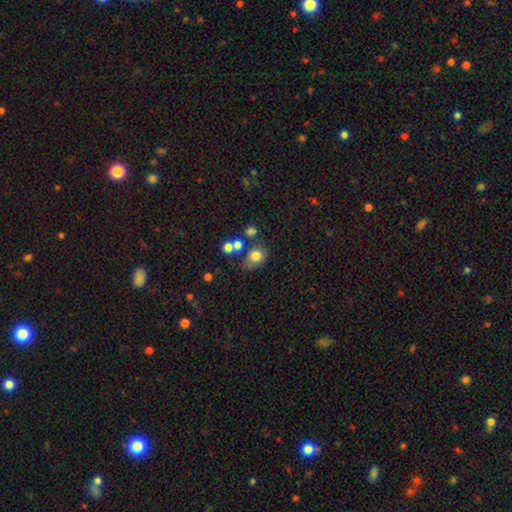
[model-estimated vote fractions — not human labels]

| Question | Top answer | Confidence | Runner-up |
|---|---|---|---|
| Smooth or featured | smooth | 77% | star or artifact (12%) |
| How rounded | round | 50% | in between (49%) |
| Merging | none | 49% | minor disturbance (21%) |